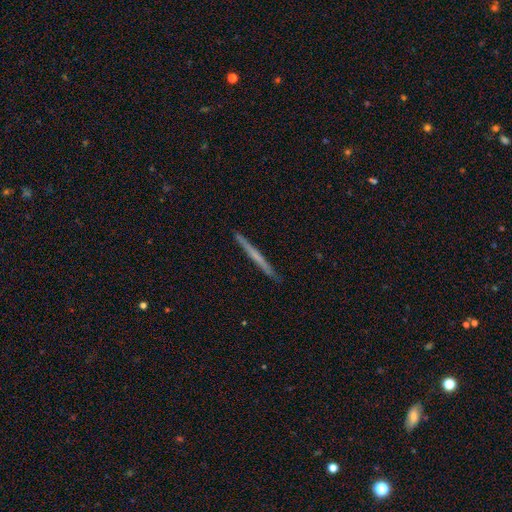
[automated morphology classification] The model was most divided on "smooth or featured": featured or disk: 49%, smooth: 45%, star or artifact: 6%. More confident: merging — none (91%).